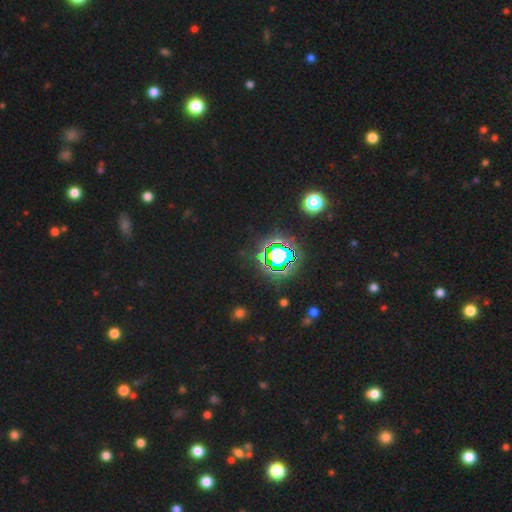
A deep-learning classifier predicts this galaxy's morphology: Overall: star or artifact (80%).